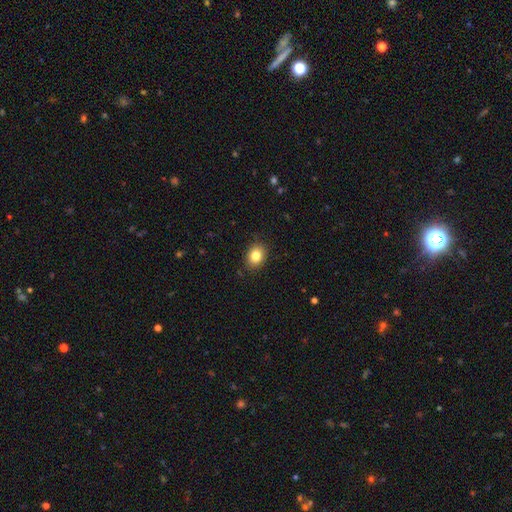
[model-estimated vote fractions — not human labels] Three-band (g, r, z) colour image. It shows a smooth galaxy with no disk features (83%) that is in between round and cigar-shaped (55%). Merging: none (87%).